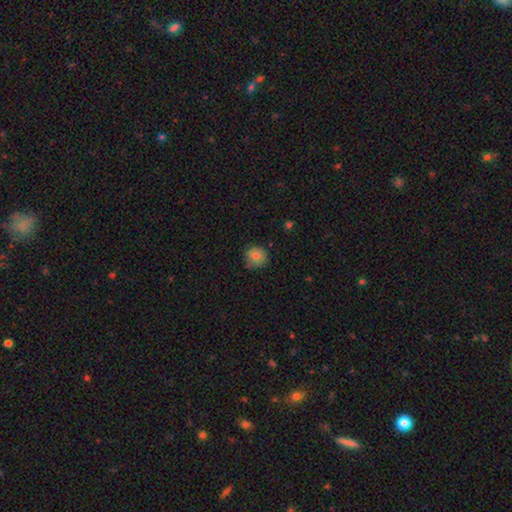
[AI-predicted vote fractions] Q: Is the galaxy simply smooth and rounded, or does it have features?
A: smooth — 83%.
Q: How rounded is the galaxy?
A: round — 87%.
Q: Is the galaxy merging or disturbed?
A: none — 76%.